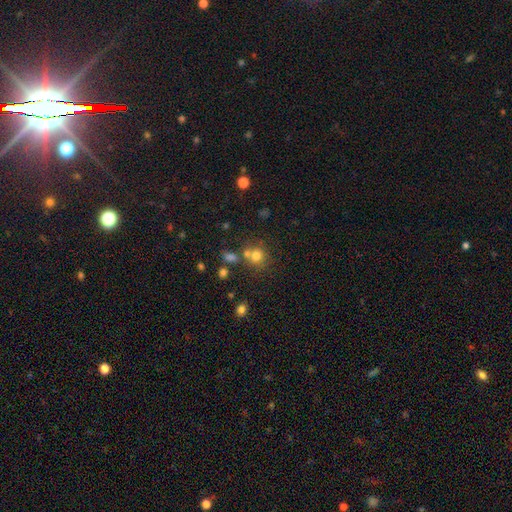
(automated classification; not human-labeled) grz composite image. It shows a smooth galaxy with no disk features (71%) that is round (86%). Merging: none (56%).